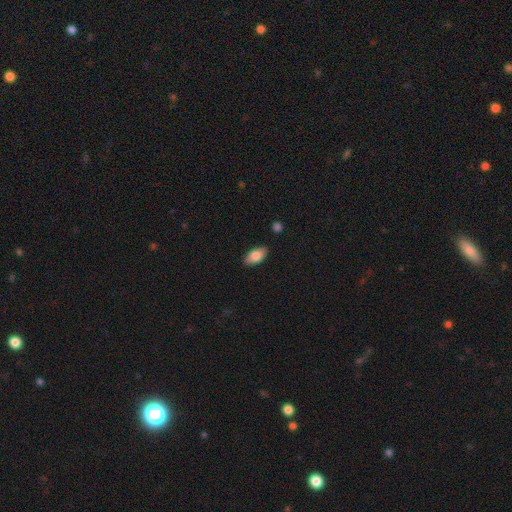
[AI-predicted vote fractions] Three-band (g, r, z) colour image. It shows a smooth galaxy with no disk features (82%) that is in between round and cigar-shaped (92%). Merging: none (86%).